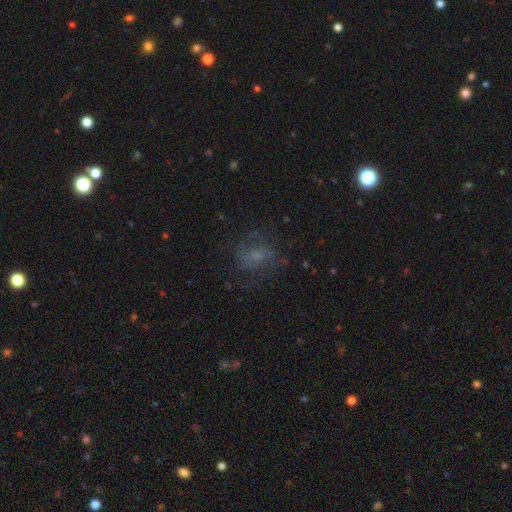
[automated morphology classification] A featured or disk galaxy (46%). Merging: none (62%).